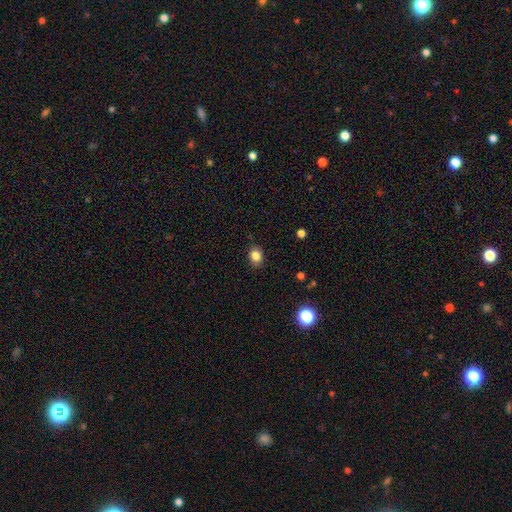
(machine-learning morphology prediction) This is clearly a smooth galaxy (84%). How rounded: possibly in between (51%). Merging: clearly none (87%).